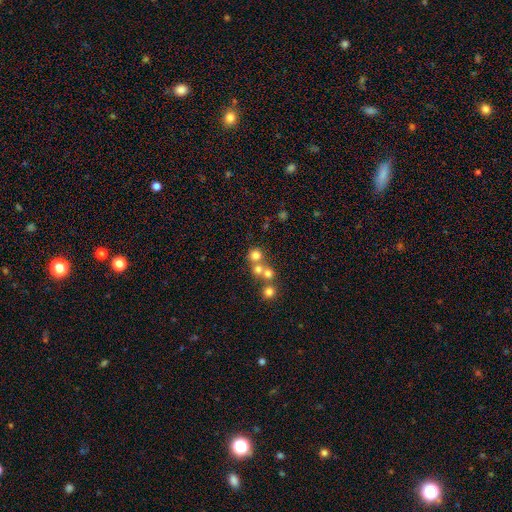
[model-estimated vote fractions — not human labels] Smooth or featured?
  - smooth: 67% *
  - star or artifact: 17%
  - featured or disk: 15%
How rounded?
  - round: 88% *
  - in between: 11%
  - cigar-shaped: 1%
Merging?
  - none: 47% *
  - merger: 43%
  - minor disturbance: 6%
  - major disturbance: 4%